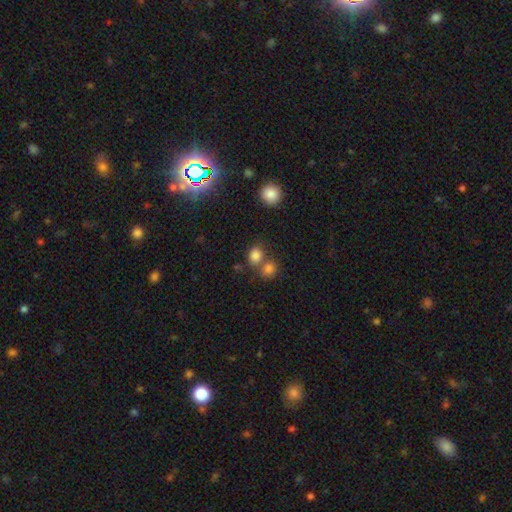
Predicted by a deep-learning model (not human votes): smooth-or-featured: smooth: 81% | star or artifact: 12% | featured or disk: 6%
  how-rounded: round: 60% | in between: 39% | cigar-shaped: 1%
  merging: none: 51% | merger: 36% | minor disturbance: 9% | major disturbance: 4%